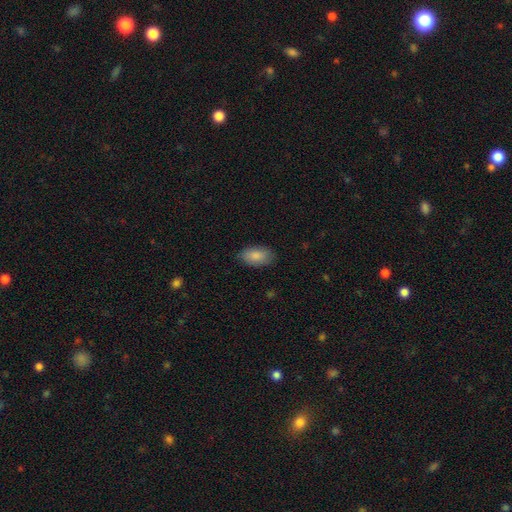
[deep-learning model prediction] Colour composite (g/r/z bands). It shows a smooth galaxy with no disk features (87%) that is in between round and cigar-shaped (93%). Merging: none (85%).